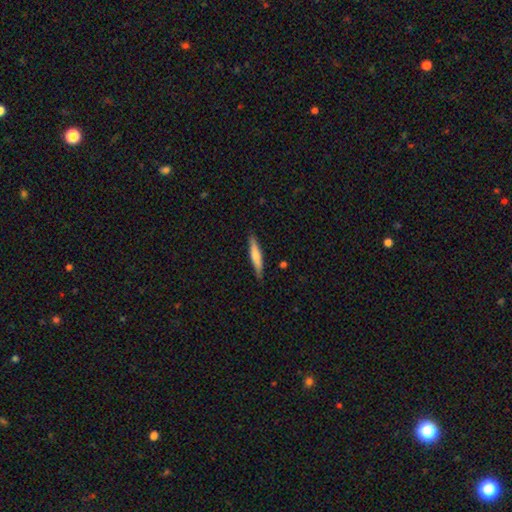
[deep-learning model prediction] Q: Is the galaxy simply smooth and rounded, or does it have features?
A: smooth — 62%.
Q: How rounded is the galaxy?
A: cigar-shaped — 87%.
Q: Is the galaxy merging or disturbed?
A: none — 85%.